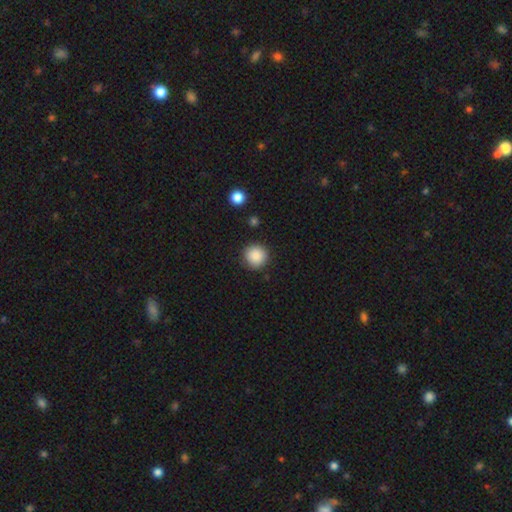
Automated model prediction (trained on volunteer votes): A smooth galaxy with no disk features (88%) that is round (95%).

Vote fractions:
- Smooth or featured? smooth: 88% / star or artifact: 8% / featured or disk: 3%
- How rounded? round: 95% / in between: 4% / cigar-shaped: 1%
- Merging? none: 89% / minor disturbance: 7% / major disturbance: 2% / merger: 2%